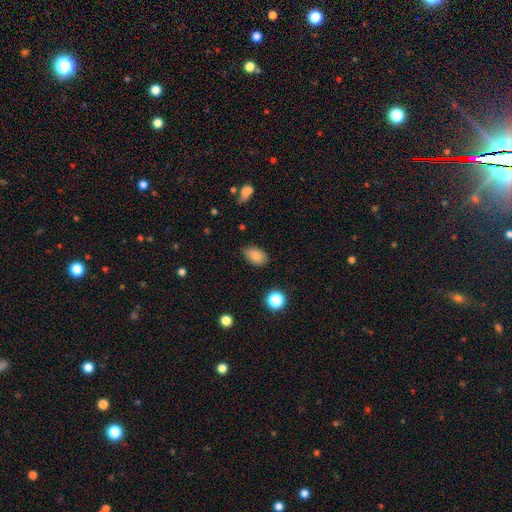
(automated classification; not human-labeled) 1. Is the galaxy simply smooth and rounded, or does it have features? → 83% smooth, 10% star or artifact, 7% featured or disk.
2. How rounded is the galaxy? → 88% in between, 10% round, 1% cigar-shaped.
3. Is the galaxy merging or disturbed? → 82% none, 14% minor disturbance, 3% major disturbance, 1% merger.